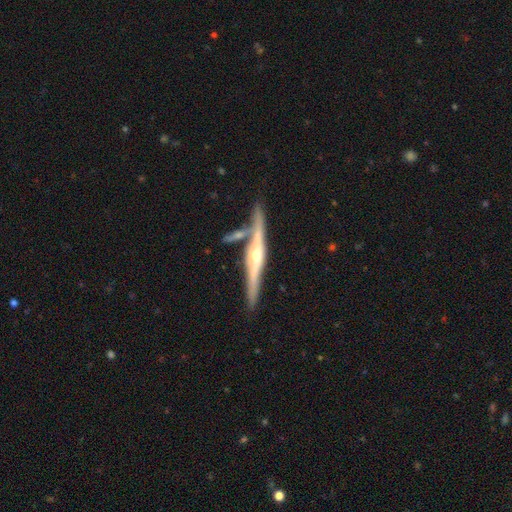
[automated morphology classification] This appears to be a featured or disk galaxy (79%) viewed edge-on (96%) with a rounded central bulge (86%). Merging: none (72%).